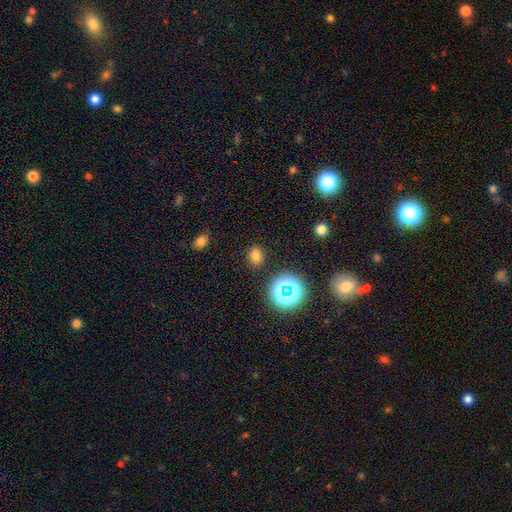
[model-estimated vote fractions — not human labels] Smooth or featured? smooth (74%)
How rounded? in between (51%)
Merging? none (87%)